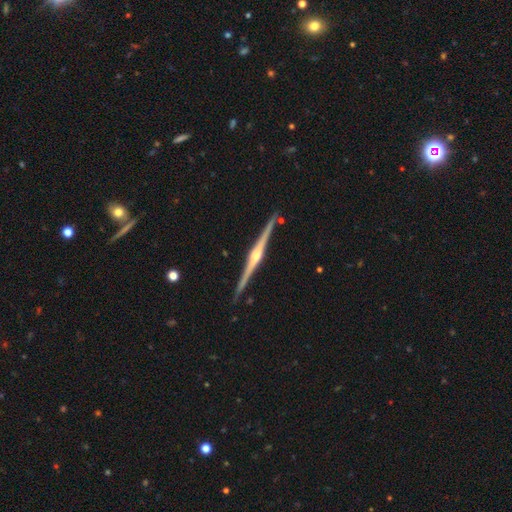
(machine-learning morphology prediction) This is clearly a featured or disk galaxy (88%). It is clearly viewed edge-on (99%). Edge-on bulge: clearly rounded (86%). Merging: clearly none (91%).